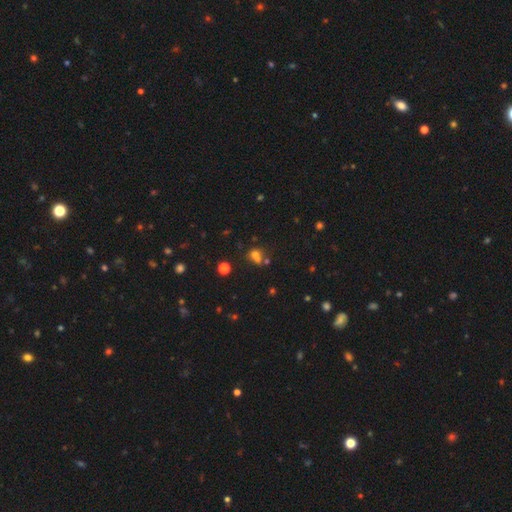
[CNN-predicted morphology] A smooth galaxy with no disk features (58%) that is round (65%).

Vote fractions:
- Smooth or featured? smooth: 58% / star or artifact: 28% / featured or disk: 14%
- How rounded? round: 65% / in between: 34% / cigar-shaped: 2%
- Merging? merger: 44% / none: 40% / minor disturbance: 10% / major disturbance: 7%